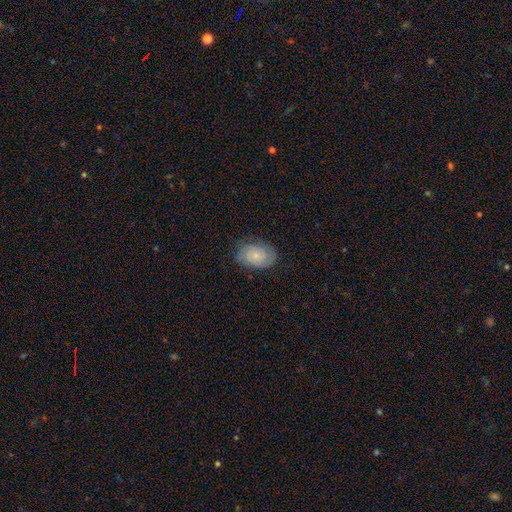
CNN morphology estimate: smooth-or-featured: smooth: 60% | featured or disk: 33% | star or artifact: 7%
  how-rounded: in between: 86% | round: 13% | cigar-shaped: 1%
  merging: none: 75% | minor disturbance: 19% | major disturbance: 5% | merger: 1%